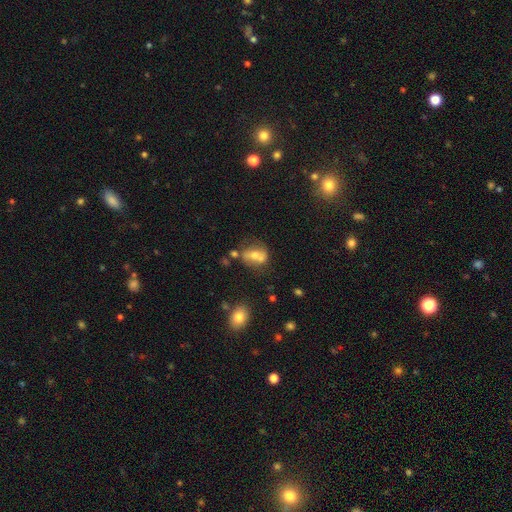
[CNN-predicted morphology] A smooth galaxy with no disk features (55%) that is in between round and cigar-shaped (63%). Merging: none (42%).